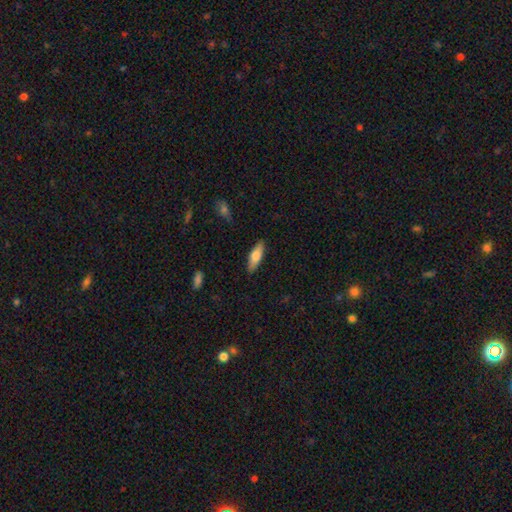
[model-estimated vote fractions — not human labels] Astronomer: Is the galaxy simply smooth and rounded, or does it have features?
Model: smooth — 66%.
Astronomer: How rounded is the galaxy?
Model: in between — 52% (runner-up: cigar-shaped, 46%).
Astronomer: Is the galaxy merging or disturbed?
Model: none — 88%.